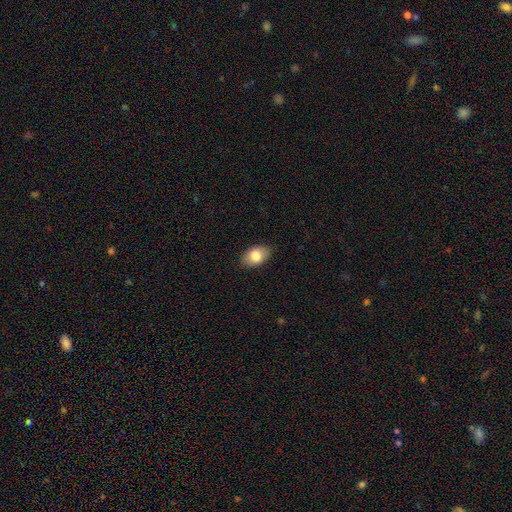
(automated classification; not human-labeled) Smooth or featured?
  - smooth: 81% *
  - featured or disk: 12%
  - star or artifact: 7%
How rounded?
  - in between: 89% *
  - round: 9%
  - cigar-shaped: 1%
Merging?
  - none: 86% *
  - minor disturbance: 10%
  - major disturbance: 2%
  - merger: 1%